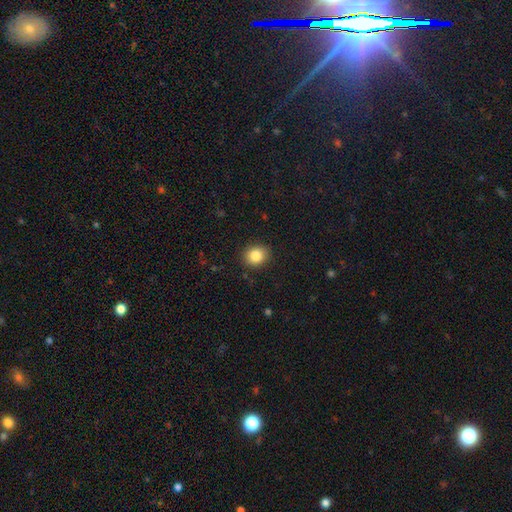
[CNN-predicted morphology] smooth 85%, star or artifact 10%, featured or disk 6%. Down the decision tree: how rounded — round (67%); merging — none (89%).